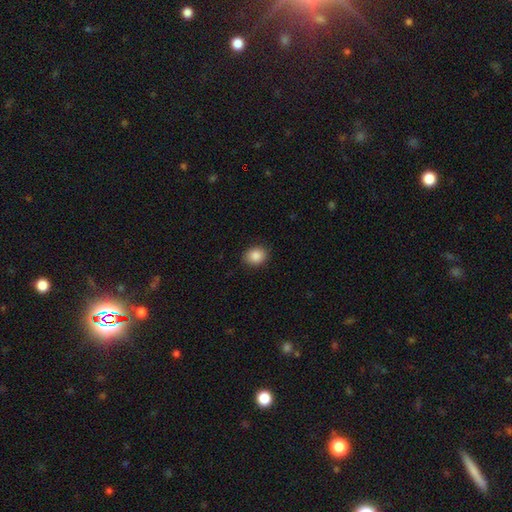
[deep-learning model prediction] A smooth galaxy with no disk features (88%) that is in between round and cigar-shaped (53%). Merging: none (88%).